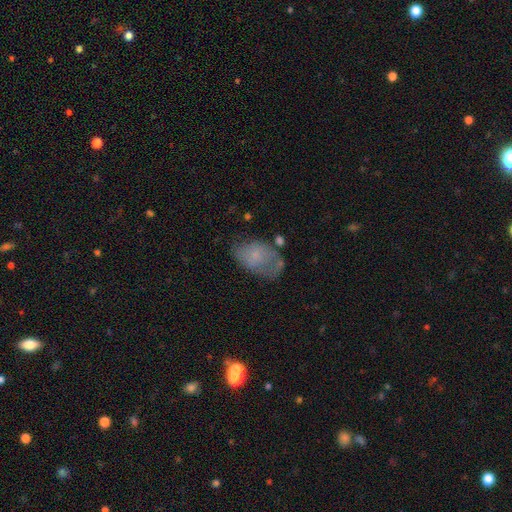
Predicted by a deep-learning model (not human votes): Overall: smooth (60%; featured or disk 31%). How rounded: in between (88%). Merging: none (39%; minor disturbance 32%).